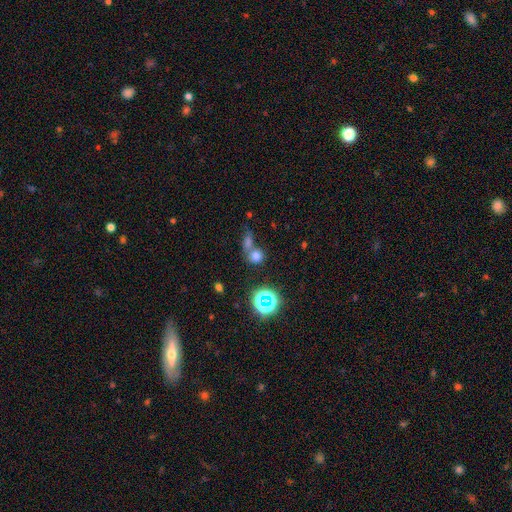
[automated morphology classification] The model was most divided on "merging": none: 45%, merger: 42%, minor disturbance: 8%, major disturbance: 5%. More confident: how rounded — round (78%); smooth or featured — smooth (69%).